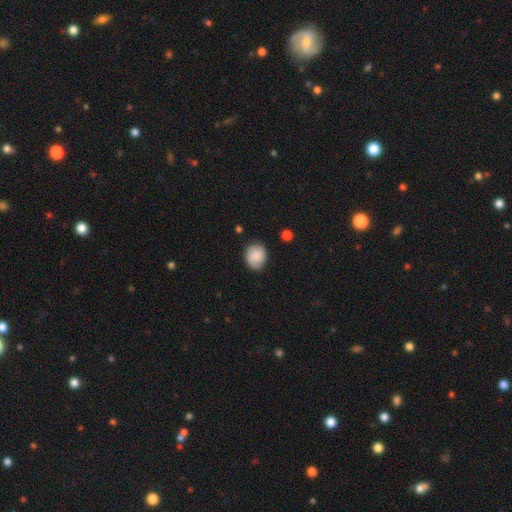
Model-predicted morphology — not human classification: This is clearly a smooth galaxy (82%). How rounded: likely round (62%). Merging: likely none (79%).